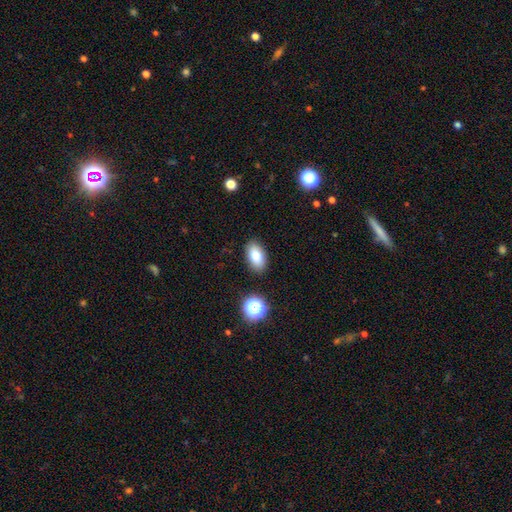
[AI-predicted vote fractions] smooth-or-featured: smooth: 81% | featured or disk: 10% | star or artifact: 9%
  how-rounded: in between: 91% | round: 6% | cigar-shaped: 2%
  merging: none: 87% | minor disturbance: 9% | major disturbance: 2% | merger: 2%